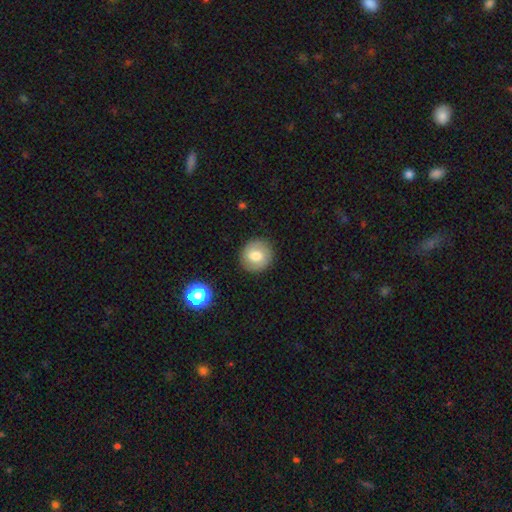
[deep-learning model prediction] The model was most divided on "smooth or featured": smooth: 73%, featured or disk: 18%, star or artifact: 8%. More confident: merging — none (89%); how rounded — round (87%).